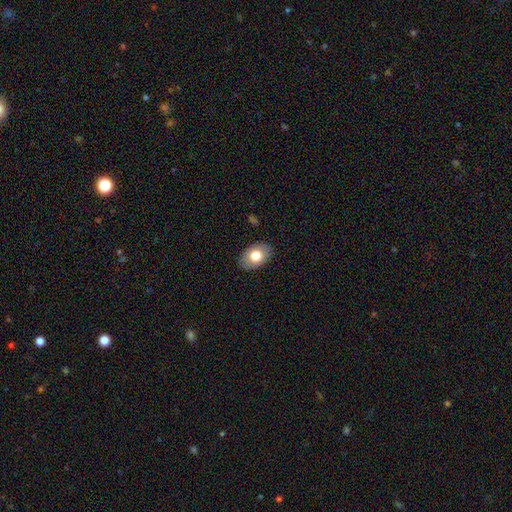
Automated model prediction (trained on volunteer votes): Morphology: type=smooth (75%); roundness=in between (85%); merging=none (86%).